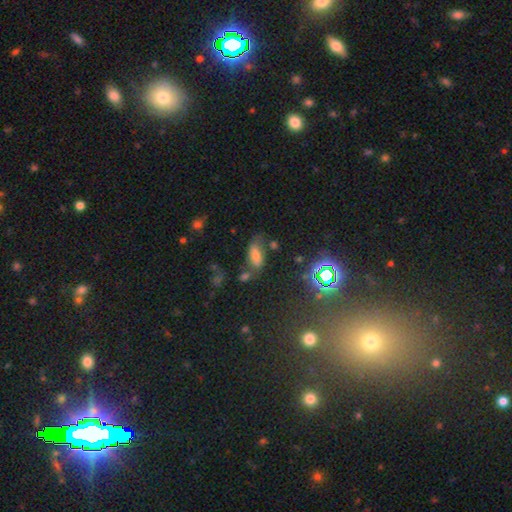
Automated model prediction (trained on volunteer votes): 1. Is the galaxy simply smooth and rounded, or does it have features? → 56% smooth, 25% star or artifact, 19% featured or disk.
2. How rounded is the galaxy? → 79% in between, 15% cigar-shaped, 6% round.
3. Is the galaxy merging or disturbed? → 56% none, 21% minor disturbance, 13% merger, 10% major disturbance.